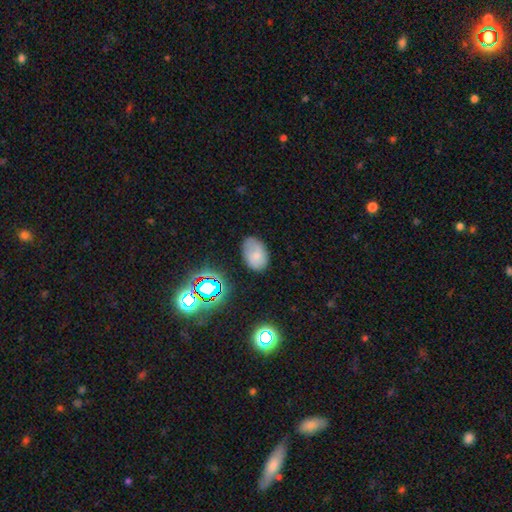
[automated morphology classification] Smooth or featured? Predicted: smooth (p=0.69). How rounded? Predicted: in between (p=0.86). Merging? Predicted: none (p=0.70).